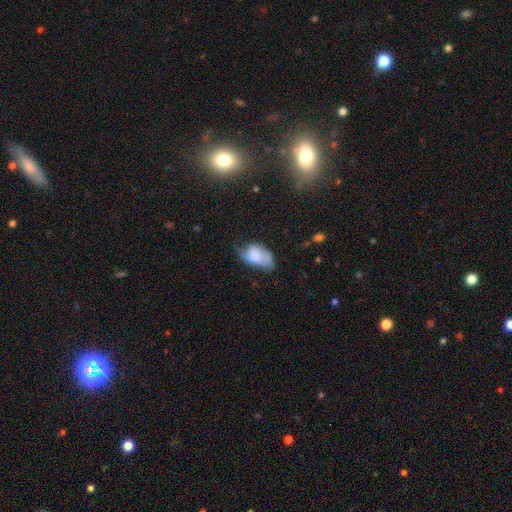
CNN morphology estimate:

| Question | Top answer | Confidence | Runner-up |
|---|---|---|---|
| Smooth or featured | smooth | 63% | featured or disk (28%) |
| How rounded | in between | 91% | round (7%) |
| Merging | minor disturbance | 35% | major disturbance (31%) |